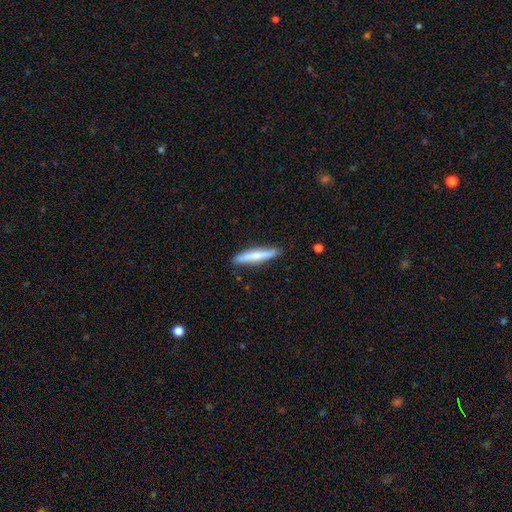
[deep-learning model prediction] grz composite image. It shows a smooth galaxy with no disk features (63%) that is cigar-shaped (92%). Merging: none (88%).